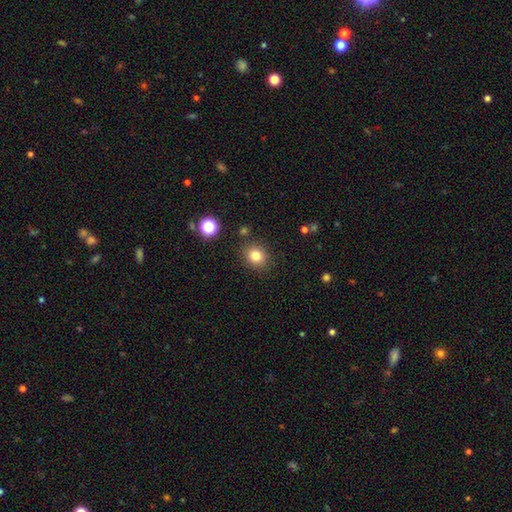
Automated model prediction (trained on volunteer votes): Smooth or featured? Predicted: smooth (p=0.81). How rounded? Predicted: round (p=0.75). Merging? Predicted: none (p=0.86).